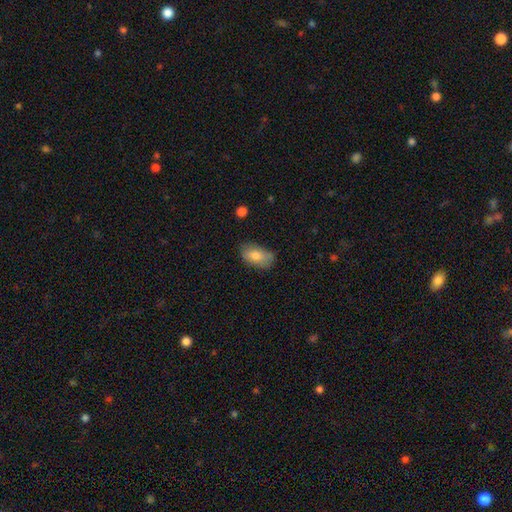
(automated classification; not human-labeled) smooth 78%, featured or disk 15%, star or artifact 7%. Down the decision tree: how rounded — in between (92%); merging — none (69%).